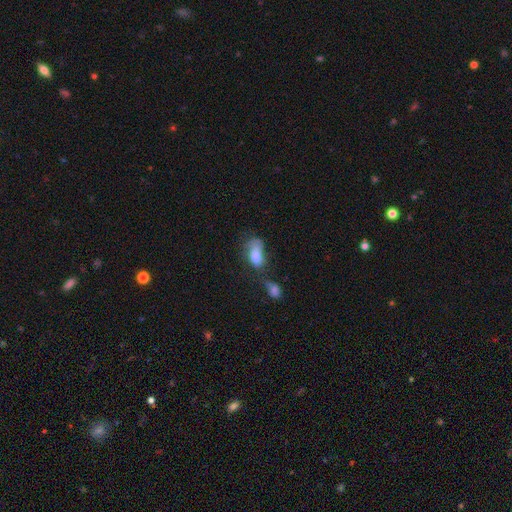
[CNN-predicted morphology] type=smooth (71%); roundness=in between (88%); merging=major disturbance (29%, tied with merger).